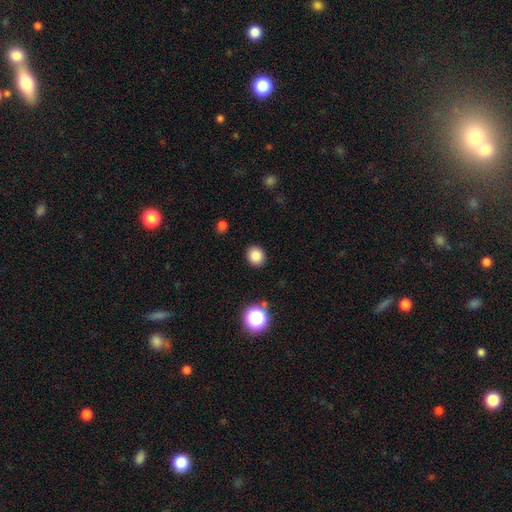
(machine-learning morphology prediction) Smooth or featured: smooth — 84% (star or artifact — 11%)
How rounded: round — 76% (in between — 23%)
Merging: none — 90% (minor disturbance — 6%)